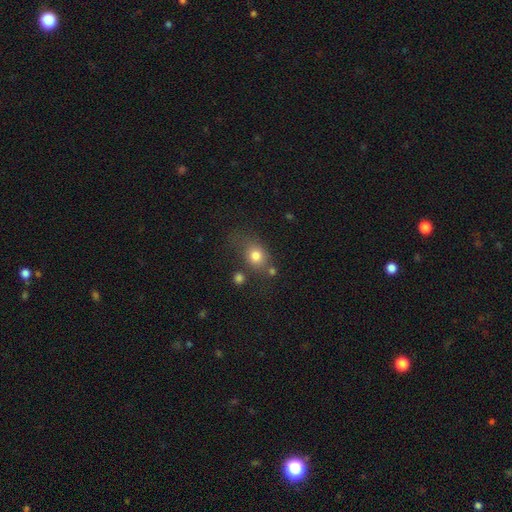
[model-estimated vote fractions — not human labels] A smooth galaxy with no disk features (78%) that is round (54%). Merging: none (55%).